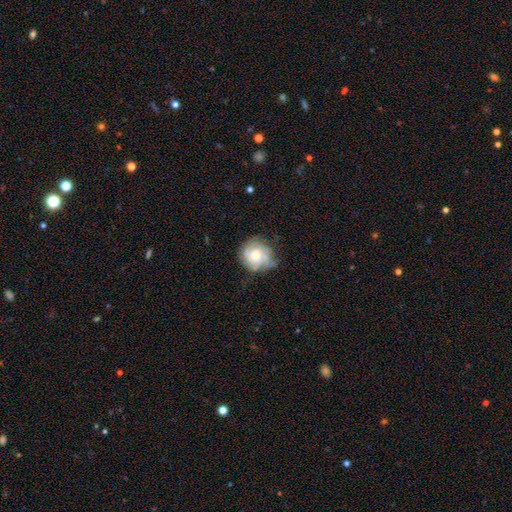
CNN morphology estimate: Smooth or featured? Predicted: featured or disk (p=0.57). Edge-on disk? Predicted: no (p=0.97). Bar? Predicted: no (p=0.77). Spiral arms? Predicted: yes (p=0.79). Bulge size? Predicted: moderate (p=0.53). Merging? Predicted: none (p=0.58).